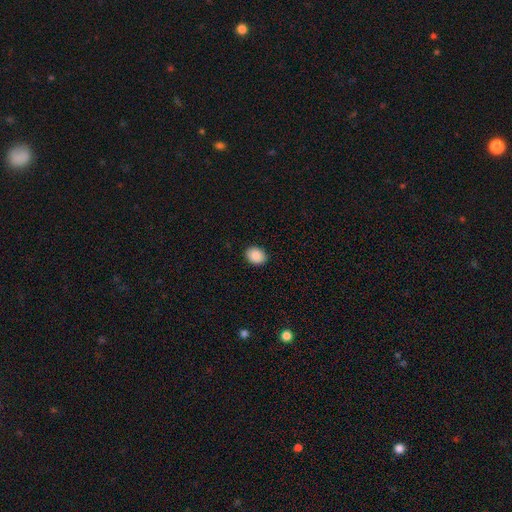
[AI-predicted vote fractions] smooth_or_featured: smooth (p=0.90) [alt: star or artifact p=0.08]
how_rounded: in between (p=0.57) [alt: round p=0.42]
merging: none (p=0.91) [alt: minor disturbance p=0.06]